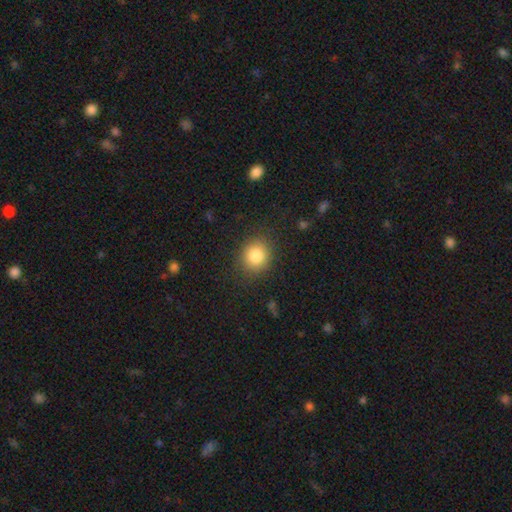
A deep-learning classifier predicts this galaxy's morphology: smooth_or_featured: smooth (p=0.84) [alt: star or artifact p=0.10]
how_rounded: round (p=0.75) [alt: in between p=0.24]
merging: none (p=0.85) [alt: minor disturbance p=0.10]